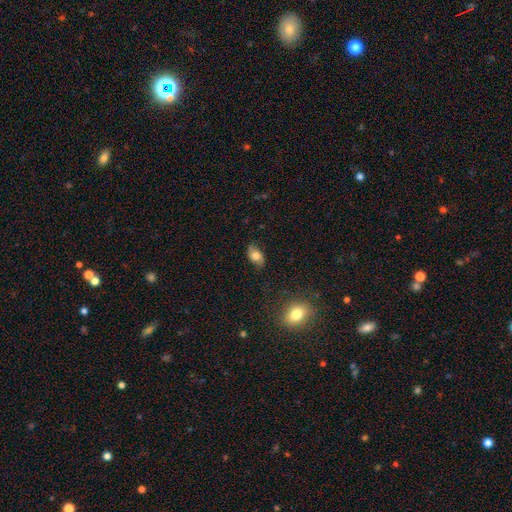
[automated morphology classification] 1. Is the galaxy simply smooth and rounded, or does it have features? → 71% smooth, 21% featured or disk, 9% star or artifact.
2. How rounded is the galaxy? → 89% in between, 8% round, 3% cigar-shaped.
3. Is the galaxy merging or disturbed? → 81% none, 14% minor disturbance, 3% major disturbance, 1% merger.